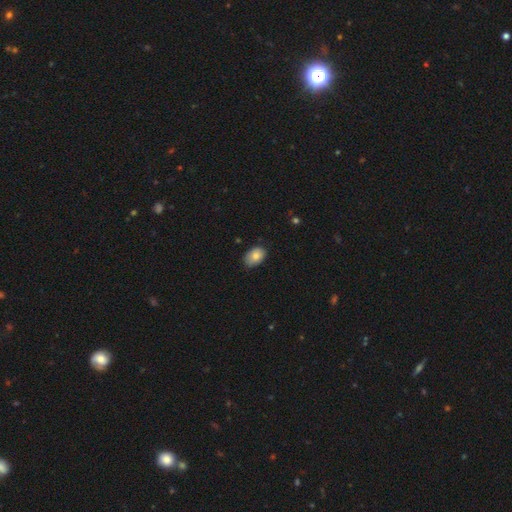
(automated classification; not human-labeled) A smooth galaxy with no disk features (80%) that is in between round and cigar-shaped (85%). Merging: none (77%).